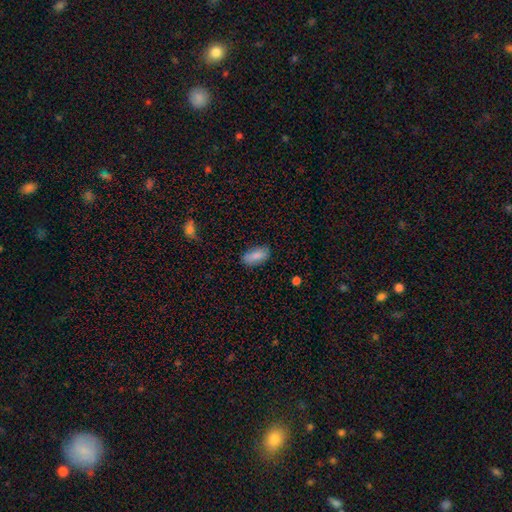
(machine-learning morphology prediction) This appears to be a smooth galaxy with no disk features (84%) that is in between round and cigar-shaped (91%). Merging: none (82%).